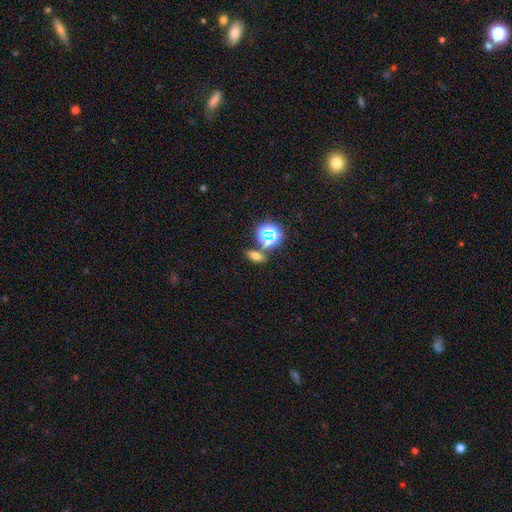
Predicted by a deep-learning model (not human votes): Smooth or featured?
  - smooth: 63% *
  - star or artifact: 25%
  - featured or disk: 12%
How rounded?
  - in between: 74% *
  - round: 16%
  - cigar-shaped: 11%
Merging?
  - none: 74% *
  - merger: 12%
  - minor disturbance: 10%
  - major disturbance: 3%